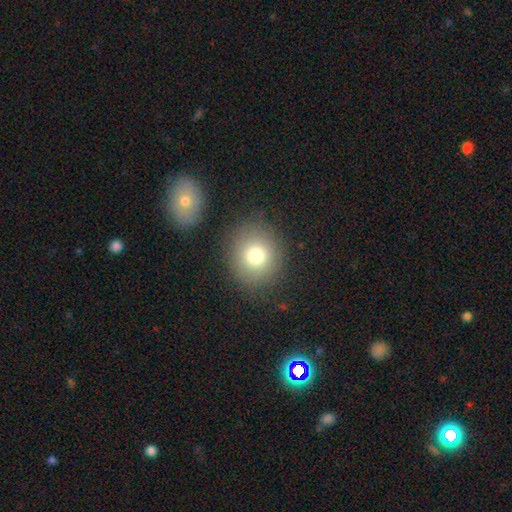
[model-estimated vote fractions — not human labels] Smooth or featured? Predicted: smooth (p=0.77). How rounded? Predicted: round (p=0.83). Merging? Predicted: none (p=0.85).